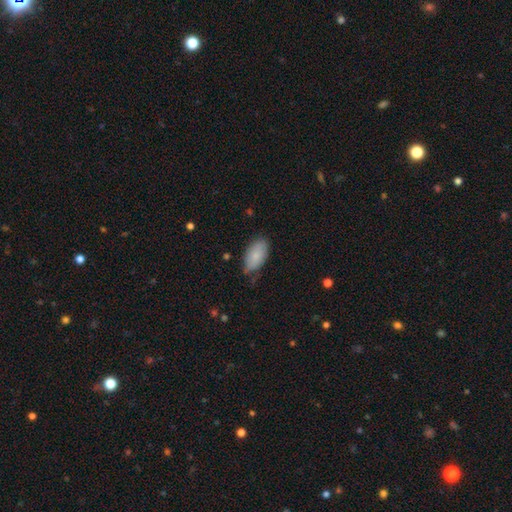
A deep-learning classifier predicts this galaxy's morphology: Smooth or featured? smooth (83%)
How rounded? in between (94%)
Merging? none (71%)